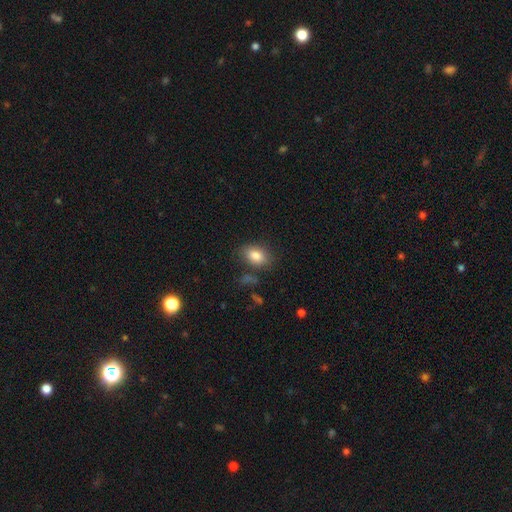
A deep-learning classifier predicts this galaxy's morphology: Smooth or featured?
  - smooth: 84% *
  - star or artifact: 8%
  - featured or disk: 8%
How rounded?
  - in between: 84% *
  - round: 15%
  - cigar-shaped: 2%
Merging?
  - none: 78% *
  - minor disturbance: 14%
  - major disturbance: 4%
  - merger: 3%